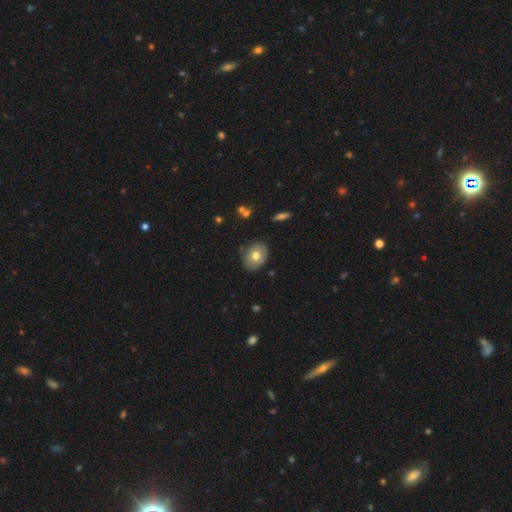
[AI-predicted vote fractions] smooth 67%, featured or disk 25%, star or artifact 9%. Down the decision tree: how rounded — in between (57%); merging — none (79%).